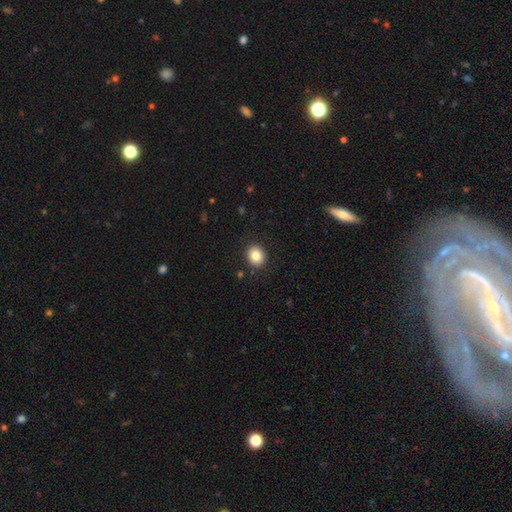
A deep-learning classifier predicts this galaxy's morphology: type=smooth (85%); roundness=round (62%); merging=none (89%).